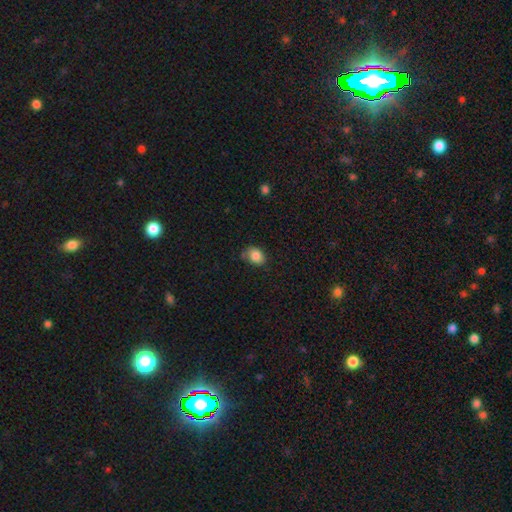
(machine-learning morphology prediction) Overall: smooth (85%). How rounded: in between (67%; round 32%). Merging: none (66%).